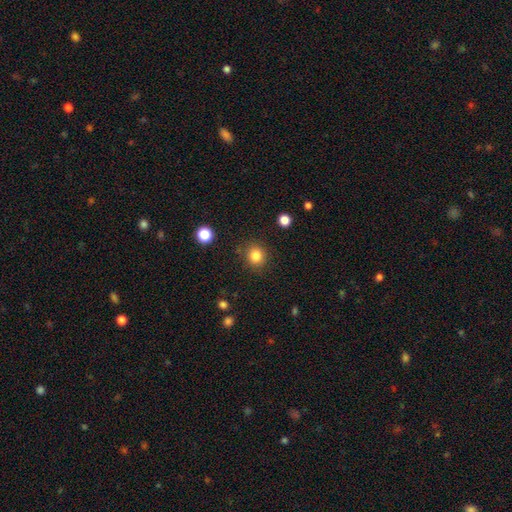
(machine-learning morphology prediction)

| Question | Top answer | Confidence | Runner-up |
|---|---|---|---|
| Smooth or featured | smooth | 84% | star or artifact (11%) |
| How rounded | round | 85% | in between (14%) |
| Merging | none | 87% | minor disturbance (8%) |